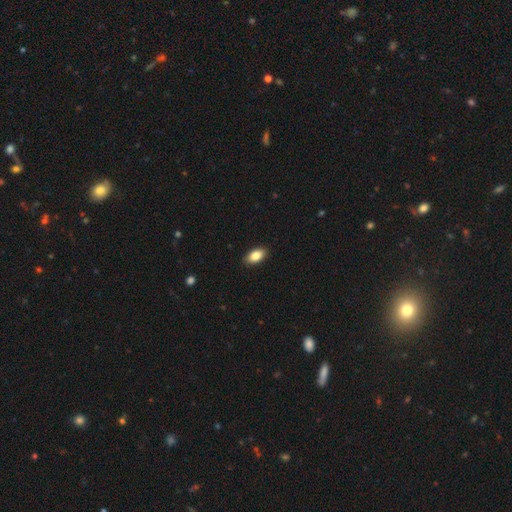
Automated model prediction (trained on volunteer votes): Smooth or featured? Predicted: smooth (p=0.86). How rounded? Predicted: in between (p=0.92). Merging? Predicted: none (p=0.89).